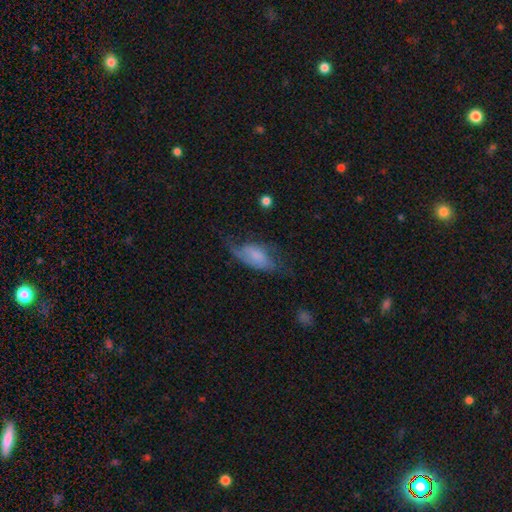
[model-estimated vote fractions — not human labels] This appears to be a featured or disk galaxy (50%). Merging: none (37%).